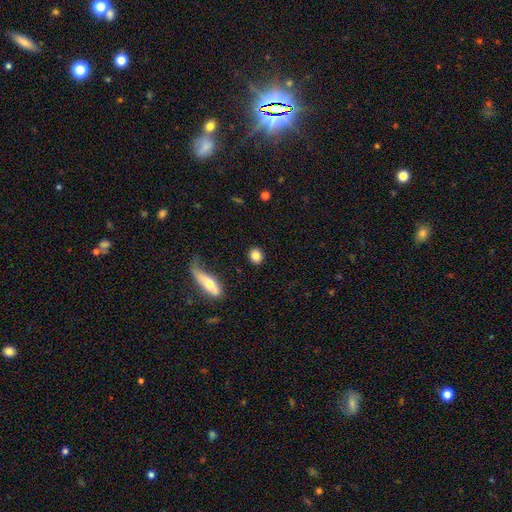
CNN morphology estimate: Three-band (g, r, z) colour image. It shows a smooth galaxy with no disk features (84%) that is round (71%). Merging: none (87%).